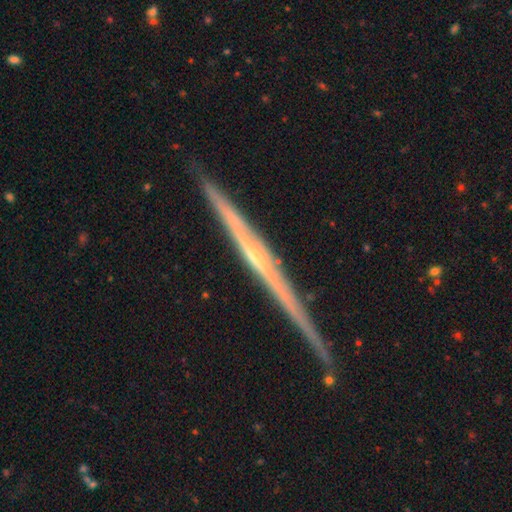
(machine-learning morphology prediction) This appears to be a featured or disk galaxy (84%) viewed edge-on (98%) with no central bulge (57%). Merging: none (87%).